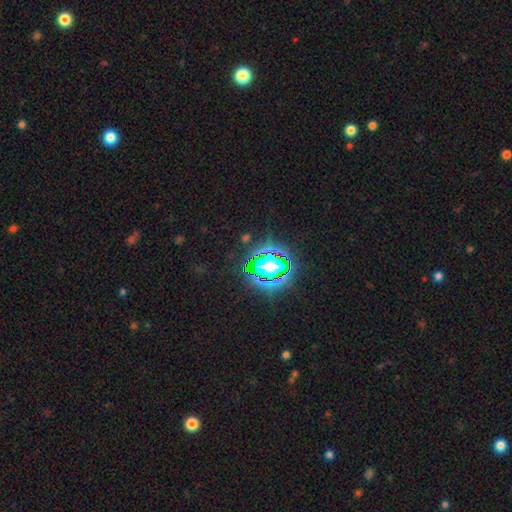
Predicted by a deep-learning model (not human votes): Smooth or featured? Predicted: star or artifact (p=0.79).